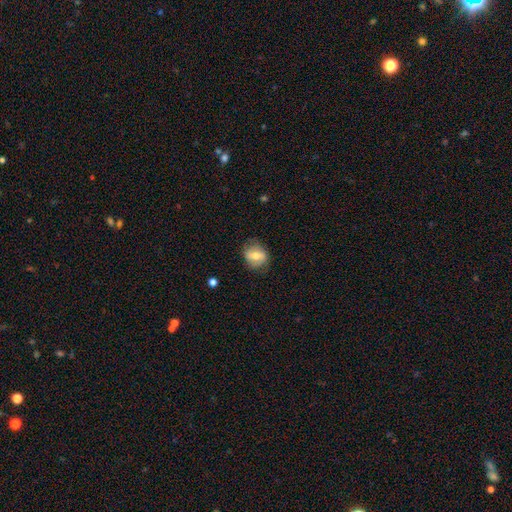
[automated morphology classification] A smooth galaxy with no disk features (50%) that is round (60%).

Vote fractions:
- Smooth or featured? smooth: 50% / featured or disk: 42% / star or artifact: 8%
- How rounded? round: 60% / in between: 38% / cigar-shaped: 2%
- Merging? none: 71% / minor disturbance: 20% / major disturbance: 7% / merger: 1%